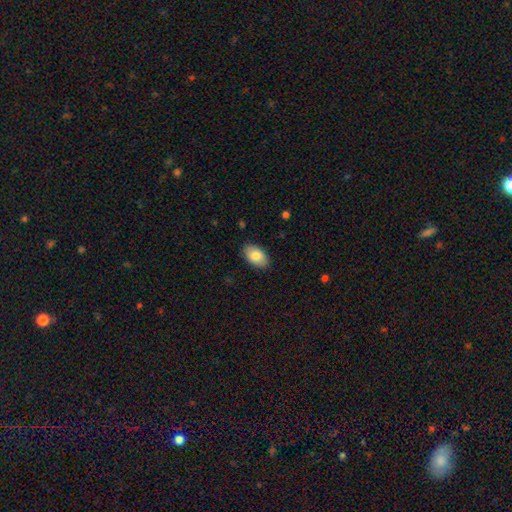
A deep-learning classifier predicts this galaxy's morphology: type=smooth (83%); roundness=in between (93%); merging=none (88%).